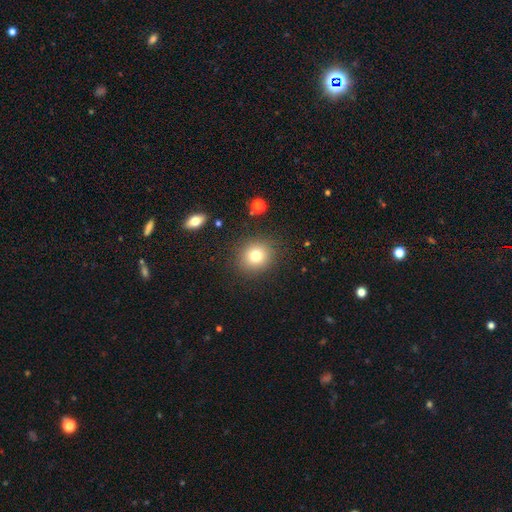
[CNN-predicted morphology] This is likely a smooth galaxy (77%). How rounded: likely round (79%). Merging: clearly none (87%).